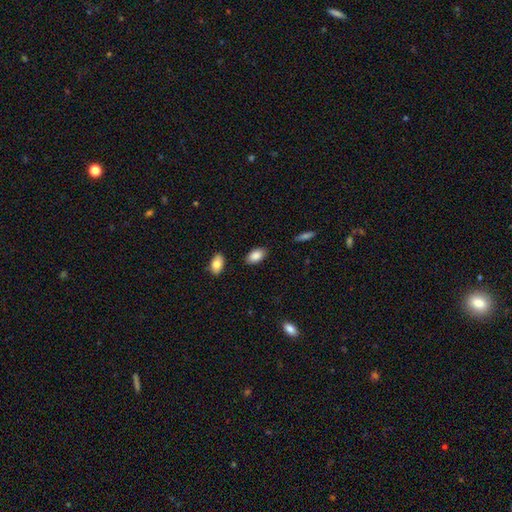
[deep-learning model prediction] Smooth or featured? smooth (87%)
How rounded? in between (93%)
Merging? none (85%)